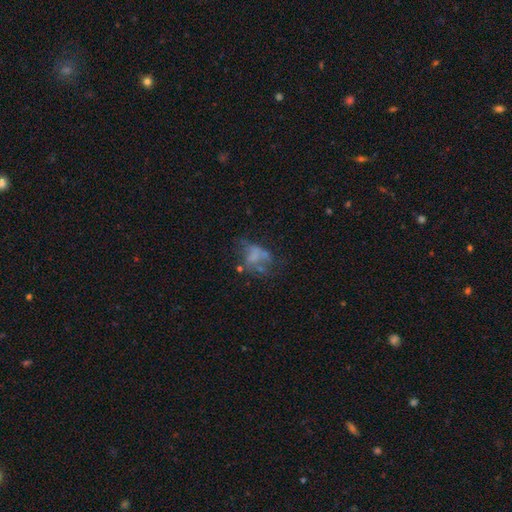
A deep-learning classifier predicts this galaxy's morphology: This is possibly a featured or disk galaxy (47%). Merging: marginally major disturbance (36%).